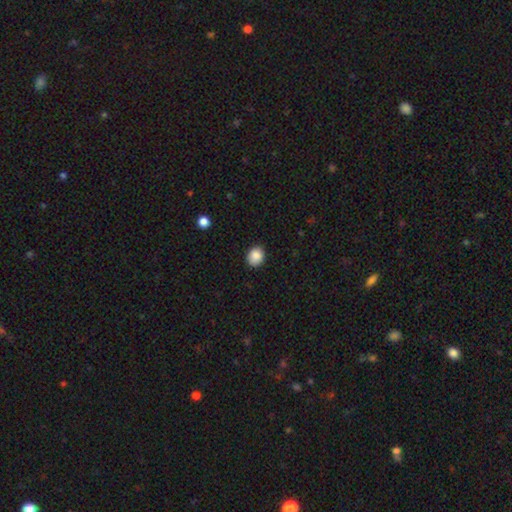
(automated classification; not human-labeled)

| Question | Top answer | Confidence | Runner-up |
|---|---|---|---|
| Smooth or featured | smooth | 87% | star or artifact (9%) |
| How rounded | round | 64% | in between (35%) |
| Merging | none | 85% | minor disturbance (12%) |